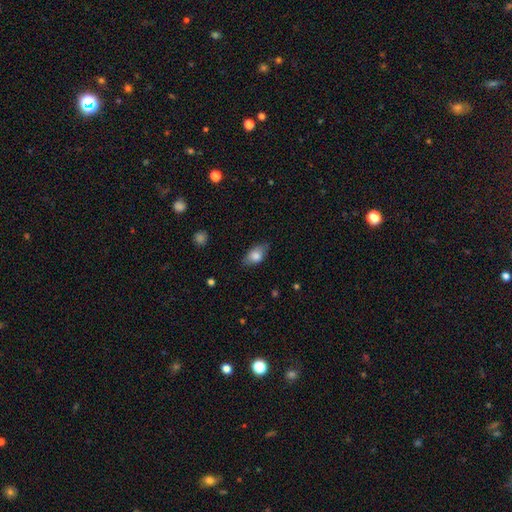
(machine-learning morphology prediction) Q: Smooth or featured?
A: smooth (77%); runner-up: featured or disk (16%)
Q: How rounded?
A: in between (87%); runner-up: round (8%)
Q: Merging?
A: none (73%); runner-up: minor disturbance (22%)